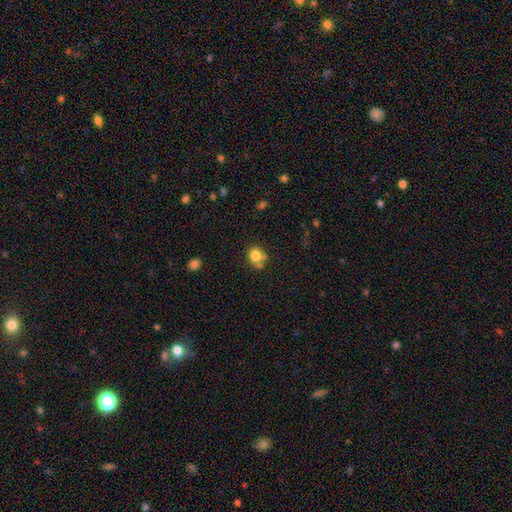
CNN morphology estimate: smooth-or-featured: smooth: 80% | star or artifact: 11% | featured or disk: 9%
  how-rounded: round: 70% | in between: 29% | cigar-shaped: 1%
  merging: none: 56% | merger: 23% | minor disturbance: 16% | major disturbance: 5%